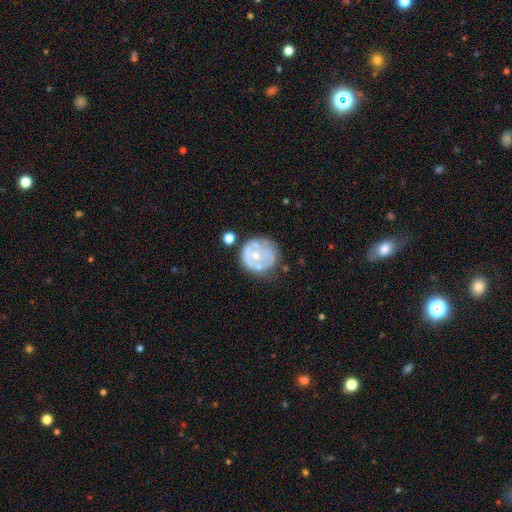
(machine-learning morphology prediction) This appears to be a featured or disk galaxy (59%) with no bar (84%), no spiral arms (73%) and a small central bulge (48%). Merging: none (56%).